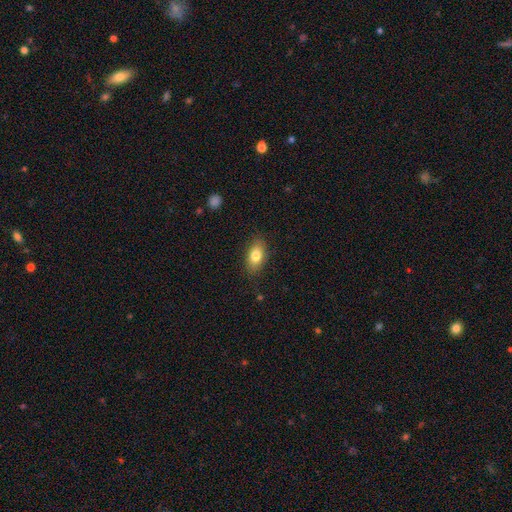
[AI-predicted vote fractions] Smooth or featured? Predicted: smooth (p=0.81). How rounded? Predicted: in between (p=0.88). Merging? Predicted: none (p=0.84).